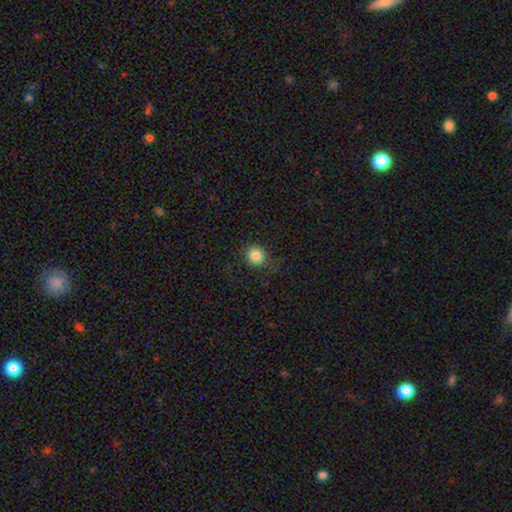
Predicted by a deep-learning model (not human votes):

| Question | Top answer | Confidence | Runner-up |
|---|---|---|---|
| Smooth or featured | smooth | 83% | star or artifact (11%) |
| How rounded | round | 89% | in between (10%) |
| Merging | none | 80% | minor disturbance (14%) |